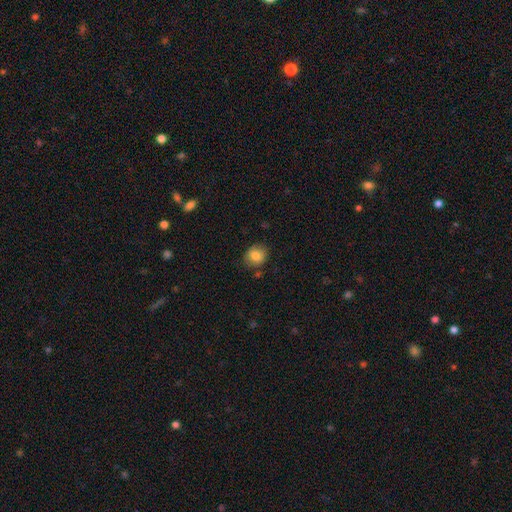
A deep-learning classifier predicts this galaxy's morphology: A smooth galaxy with no disk features (82%) that is round (72%).

Vote fractions:
- Smooth or featured? smooth: 82% / featured or disk: 9% / star or artifact: 9%
- How rounded? round: 72% / in between: 27% / cigar-shaped: 1%
- Merging? none: 80% / minor disturbance: 15% / major disturbance: 3% / merger: 2%